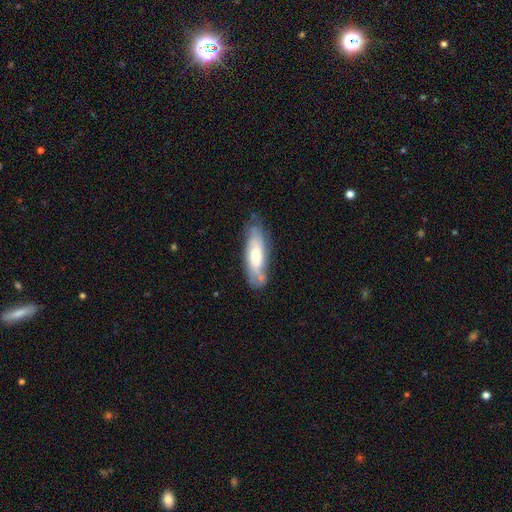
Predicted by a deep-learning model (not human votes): Q: Smooth or featured?
A: smooth (47%); tied with: featured or disk (47%)
Q: Merging?
A: none (59%); runner-up: minor disturbance (27%)